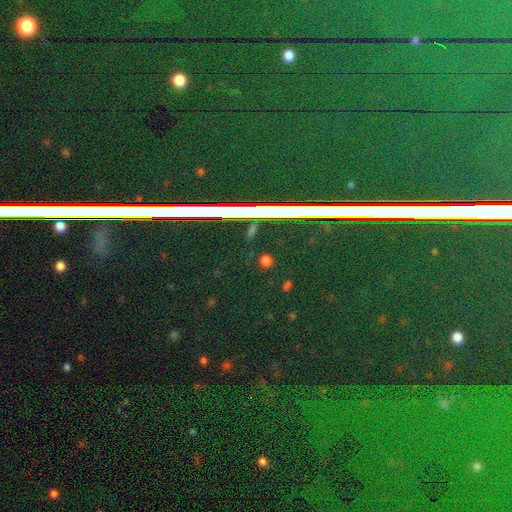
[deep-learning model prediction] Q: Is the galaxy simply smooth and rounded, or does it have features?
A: star or artifact — 84%.